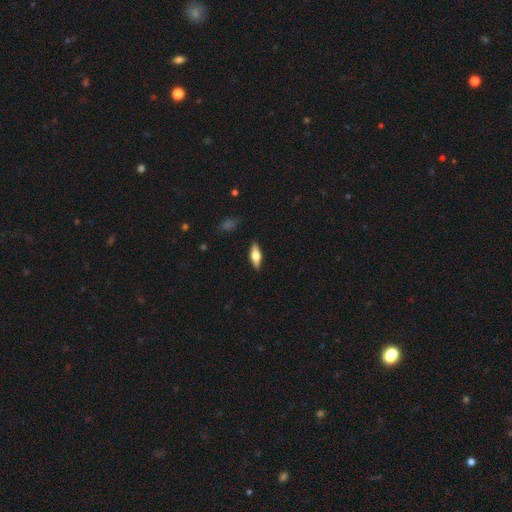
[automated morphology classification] Smooth or featured?
  - smooth: 52% *
  - featured or disk: 41%
  - star or artifact: 6%
How rounded?
  - in between: 61% *
  - cigar-shaped: 36%
  - round: 3%
Merging?
  - none: 88% *
  - minor disturbance: 9%
  - major disturbance: 2%
  - merger: 1%